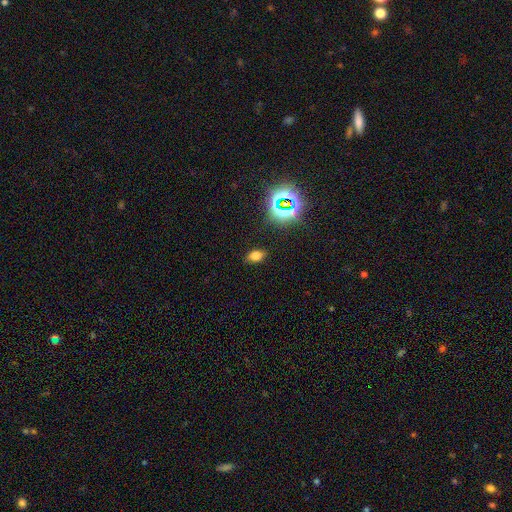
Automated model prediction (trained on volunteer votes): Smooth or featured: smooth — 70% (star or artifact — 23%)
How rounded: in between — 81% (round — 17%)
Merging: none — 84% (minor disturbance — 11%)